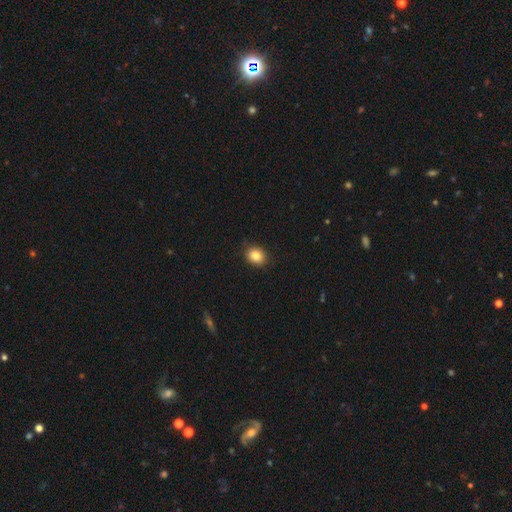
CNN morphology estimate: A smooth galaxy with no disk features (85%) that is round (55%).

Vote fractions:
- Smooth or featured? smooth: 85% / star or artifact: 10% / featured or disk: 5%
- How rounded? round: 55% / in between: 44% / cigar-shaped: 1%
- Merging? none: 87% / minor disturbance: 10% / major disturbance: 2% / merger: 1%